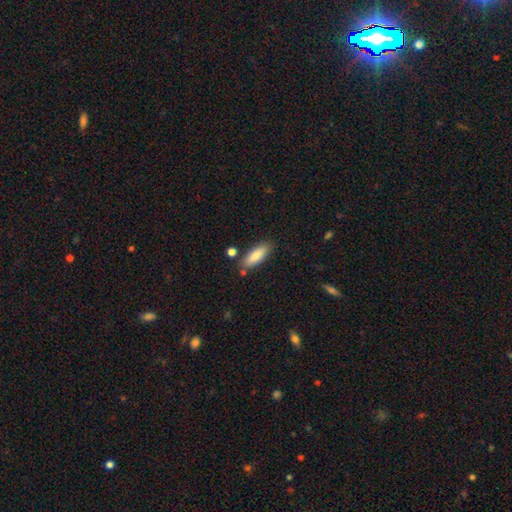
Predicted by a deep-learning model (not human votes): This is clearly a smooth galaxy (85%). How rounded: likely in between (63%). Merging: likely none (79%).